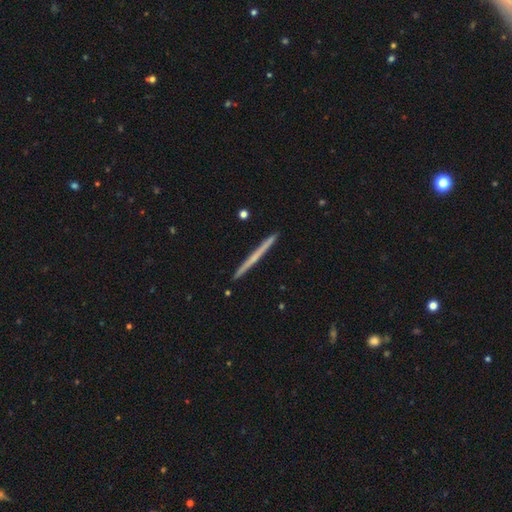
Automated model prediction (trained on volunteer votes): smooth-or-featured: featured or disk: 55% | smooth: 39% | star or artifact: 5%
  disk-edge-on: yes: 98% | no: 2%
    edge-on-bulge: none: 83% | rounded: 14% | boxy: 3%
  merging: none: 93% | minor disturbance: 5% | merger: 1% | major disturbance: 1%